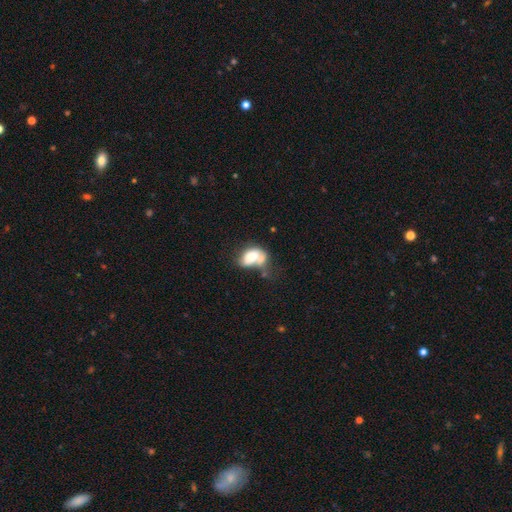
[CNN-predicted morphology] smooth-or-featured: smooth: 67% | featured or disk: 24% | star or artifact: 9%
  how-rounded: in between: 88% | round: 10% | cigar-shaped: 2%
  merging: merger: 38% | major disturbance: 22% | none: 20% | minor disturbance: 20%